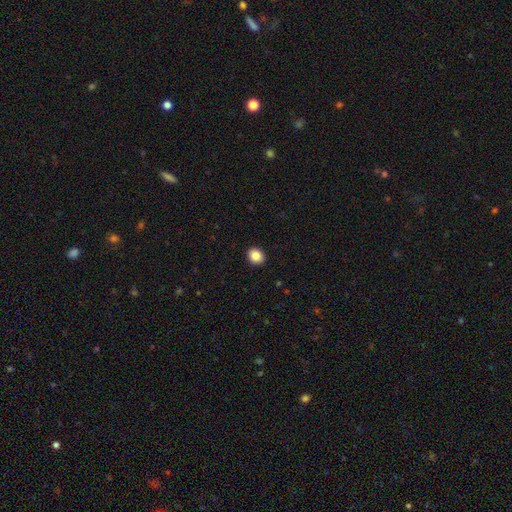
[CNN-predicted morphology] Overall: smooth (86%). How rounded: round (71%). Merging: none (93%).